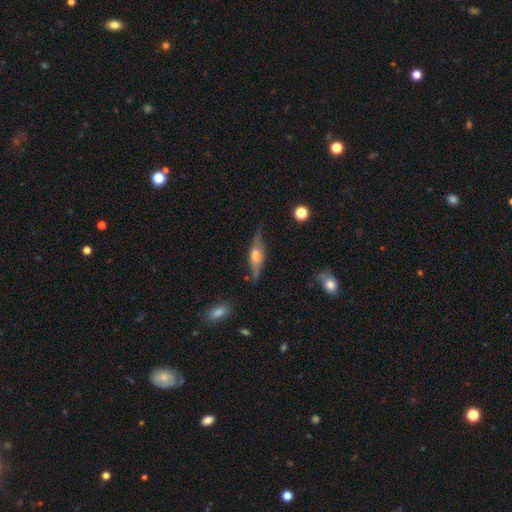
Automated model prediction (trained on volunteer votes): featured or disk 58%, smooth 35%, star or artifact 7%. Down the decision tree: edge-on disk — yes (86%); edge-on bulge — rounded (84%); merging — none (71%).